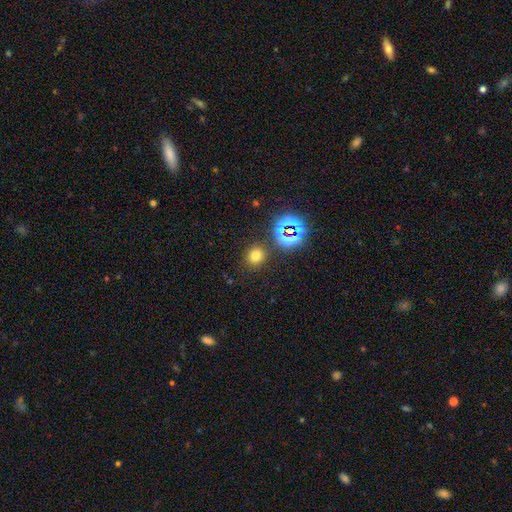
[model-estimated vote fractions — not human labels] Smooth or featured? smooth (68%)
How rounded? round (80%)
Merging? none (85%)